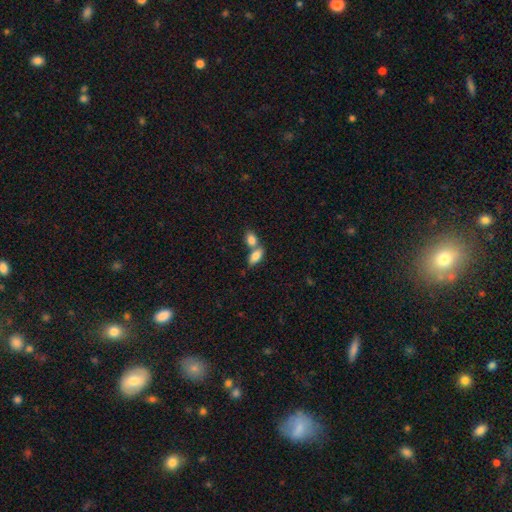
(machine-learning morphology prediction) Smooth or featured? Predicted: smooth (p=0.81). How rounded? Predicted: in between (p=0.88). Merging? Predicted: merger (p=0.52).